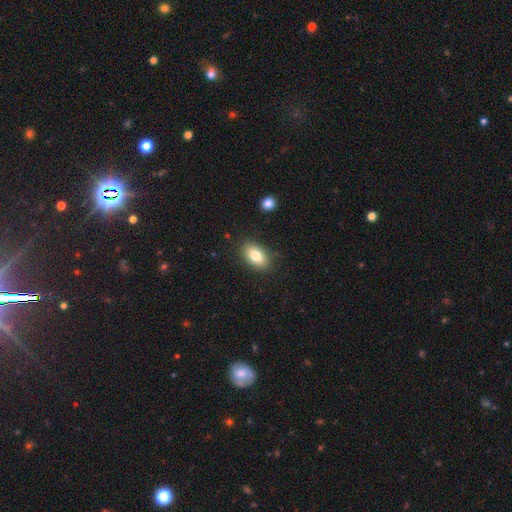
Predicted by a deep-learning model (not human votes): A smooth galaxy with no disk features (80%) that is in between round and cigar-shaped (89%). Merging: none (85%).